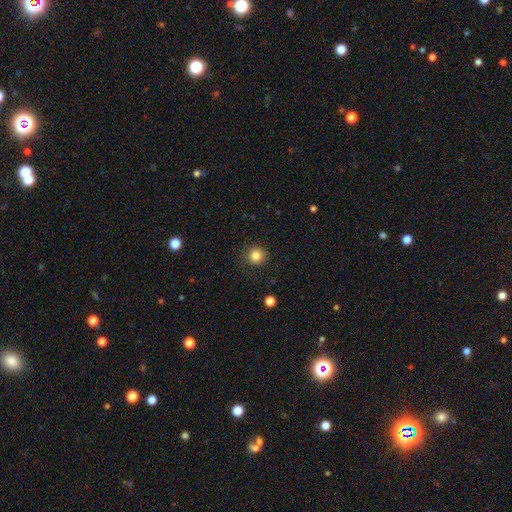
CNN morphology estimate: Smooth or featured: smooth — 83% (star or artifact — 11%)
How rounded: round — 93% (in between — 6%)
Merging: none — 88% (minor disturbance — 8%)